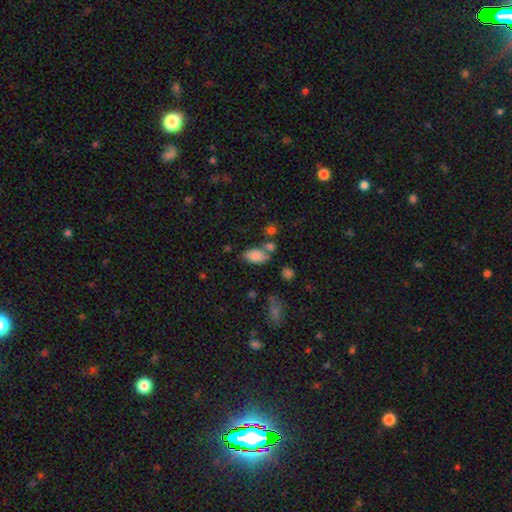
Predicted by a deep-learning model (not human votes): Smooth or featured?
  - smooth: 83% *
  - star or artifact: 9%
  - featured or disk: 7%
How rounded?
  - in between: 92% *
  - round: 6%
  - cigar-shaped: 2%
Merging?
  - none: 56% *
  - minor disturbance: 20%
  - merger: 18%
  - major disturbance: 7%